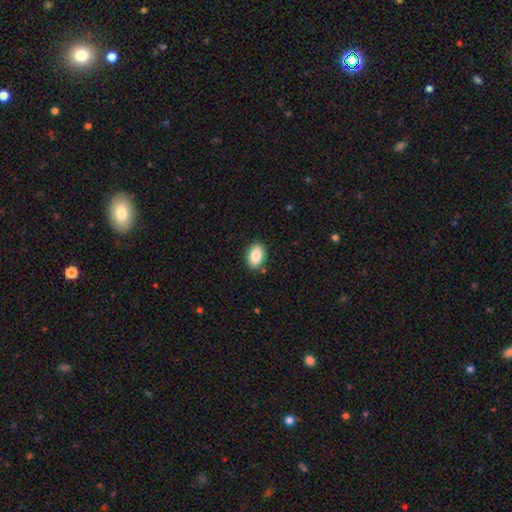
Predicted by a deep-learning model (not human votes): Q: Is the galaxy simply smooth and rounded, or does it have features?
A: smooth — 86%.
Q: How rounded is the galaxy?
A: in between — 86%.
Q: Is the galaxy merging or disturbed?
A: none — 87%.